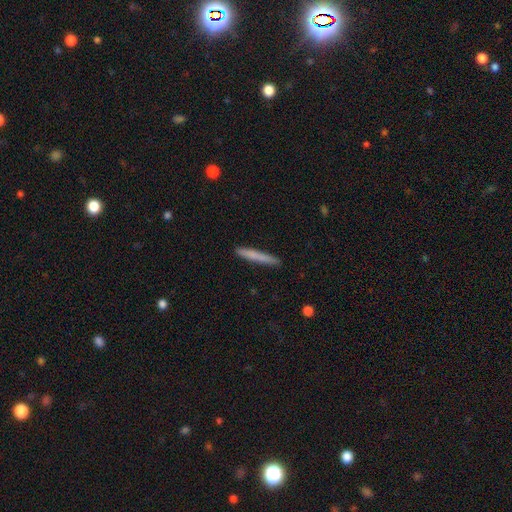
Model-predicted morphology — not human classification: Q: Smooth or featured?
A: smooth (73%); runner-up: featured or disk (21%)
Q: How rounded?
A: cigar-shaped (96%); runner-up: in between (2%)
Q: Merging?
A: none (90%); runner-up: minor disturbance (7%)